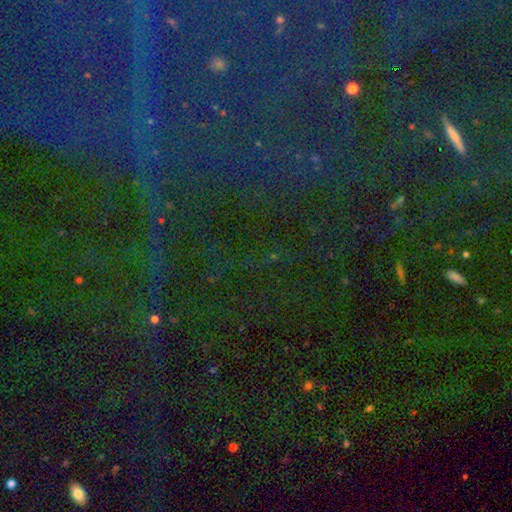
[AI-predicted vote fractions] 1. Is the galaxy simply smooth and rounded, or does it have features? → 84% star or artifact, 9% smooth, 8% featured or disk.